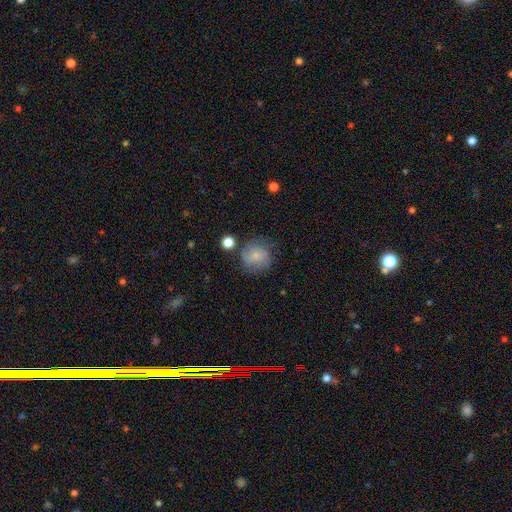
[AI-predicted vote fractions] Smooth or featured?
  - smooth: 66% *
  - featured or disk: 25%
  - star or artifact: 10%
How rounded?
  - round: 85% *
  - in between: 14%
  - cigar-shaped: 1%
Merging?
  - none: 63% *
  - minor disturbance: 22%
  - major disturbance: 10%
  - merger: 5%